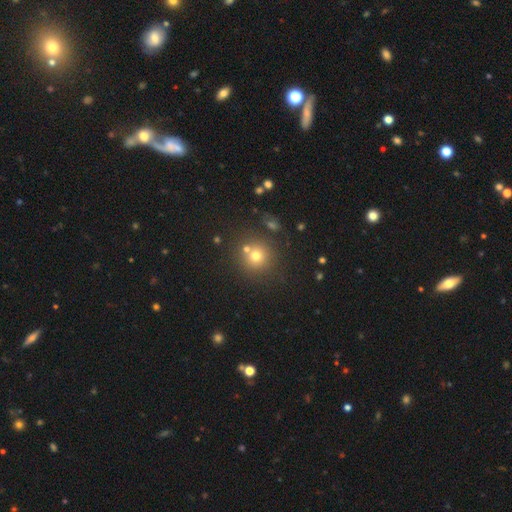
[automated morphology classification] A smooth galaxy with no disk features (71%) that is round (92%). Merging: none (71%).